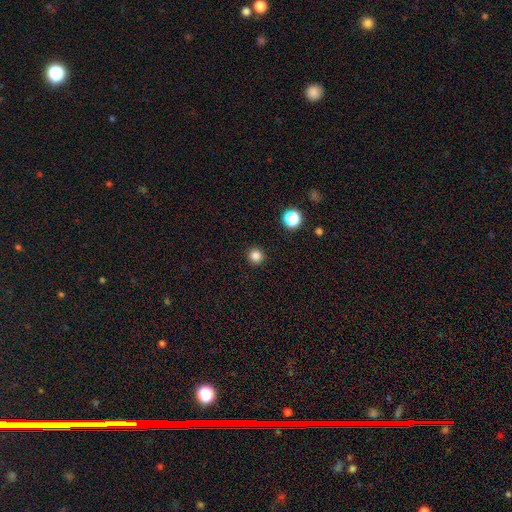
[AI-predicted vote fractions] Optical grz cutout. It shows a smooth galaxy with no disk features (83%) that is round (94%). Merging: none (93%).